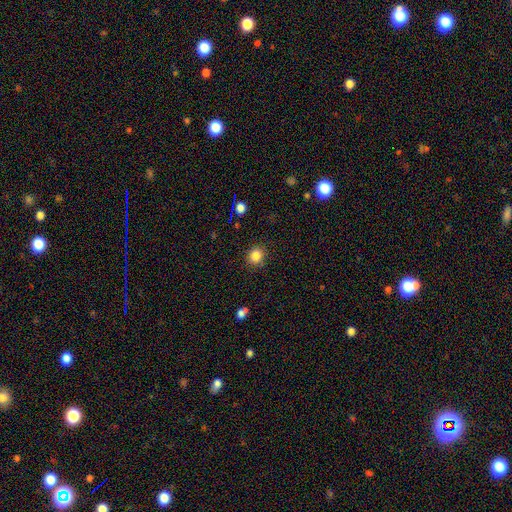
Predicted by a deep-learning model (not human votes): A smooth galaxy with no disk features (85%) that is round (81%). Merging: none (88%).